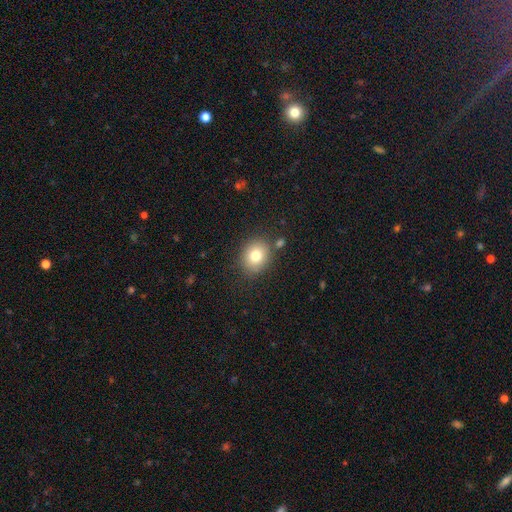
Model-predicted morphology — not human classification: This is likely a smooth galaxy (79%). How rounded: likely round (67%). Merging: clearly none (81%).